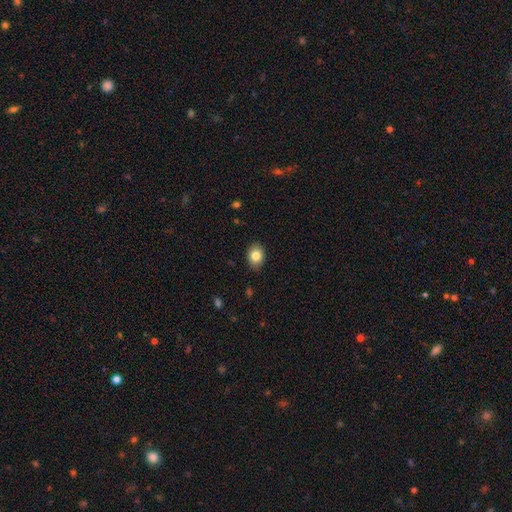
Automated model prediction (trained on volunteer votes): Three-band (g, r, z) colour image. It shows a smooth galaxy with no disk features (83%) that is in between round and cigar-shaped (65%). Merging: none (87%).